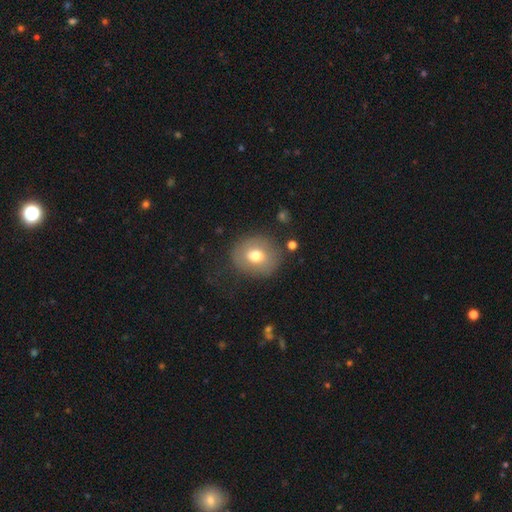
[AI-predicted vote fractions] Smooth or featured? smooth (69%)
How rounded? round (69%)
Merging? none (76%)